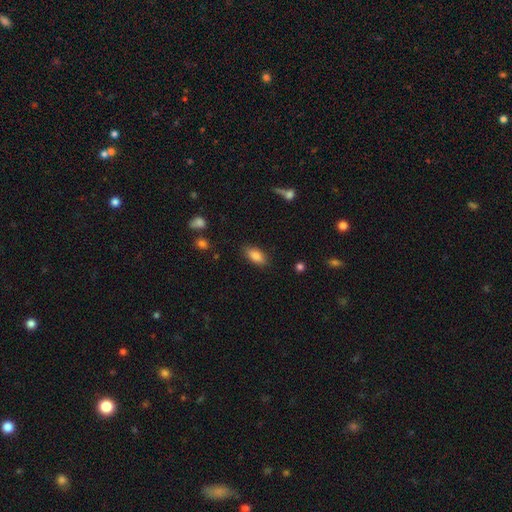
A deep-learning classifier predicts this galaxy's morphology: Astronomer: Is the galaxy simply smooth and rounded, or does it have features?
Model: smooth — 85%.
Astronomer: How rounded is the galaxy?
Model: in between — 88%.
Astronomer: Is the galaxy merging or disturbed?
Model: none — 85%.